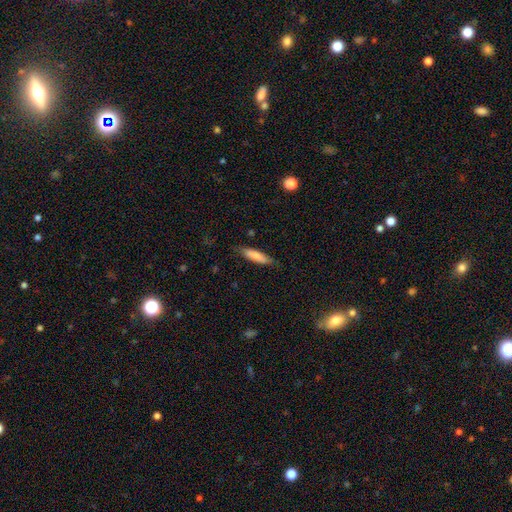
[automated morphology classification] The model was most divided on "how rounded": cigar-shaped: 72%, in between: 27%, round: 1%. More confident: merging — none (82%); smooth or featured — smooth (80%).